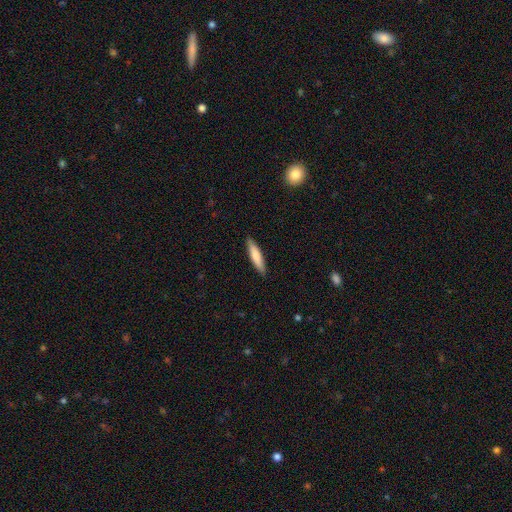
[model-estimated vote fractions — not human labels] Overall: smooth (78%). How rounded: cigar-shaped (82%). Merging: none (90%).